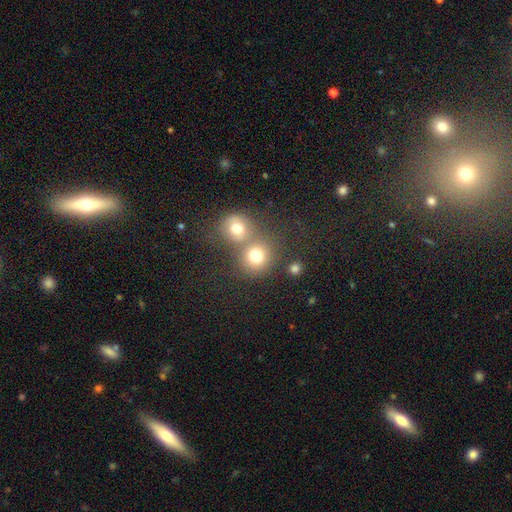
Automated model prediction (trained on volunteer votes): A smooth galaxy with no disk features (77%) that is round (86%). Merging: none (48%).